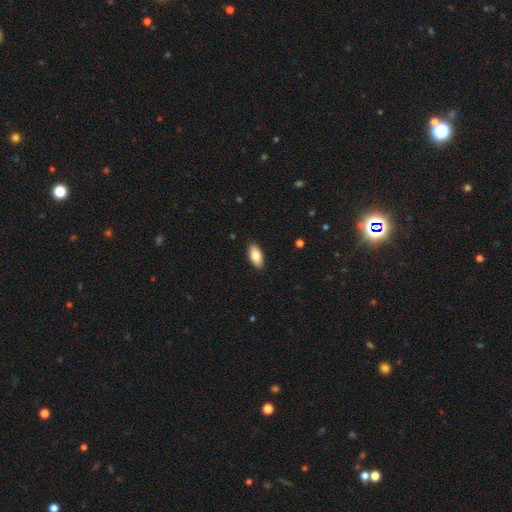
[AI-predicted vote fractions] Morphology: type=smooth (83%); roundness=in between (91%); merging=none (89%).